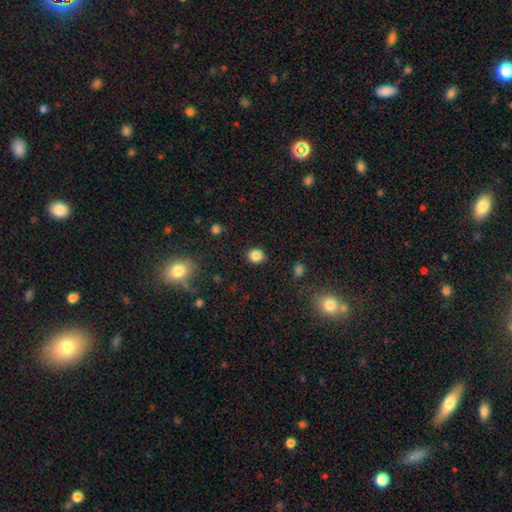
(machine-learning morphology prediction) A smooth galaxy with no disk features (85%) that is round (72%). Merging: none (89%).